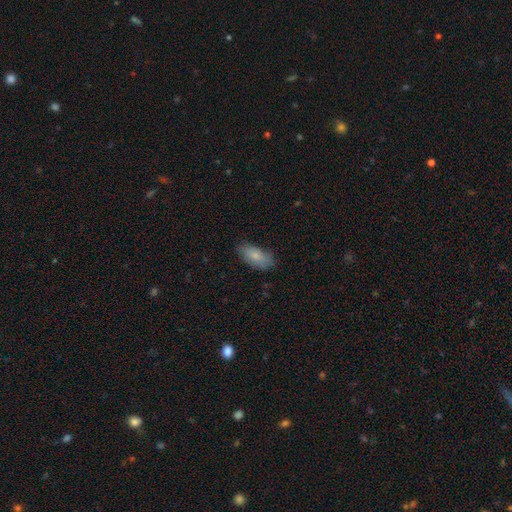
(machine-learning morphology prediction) smooth 81%, featured or disk 13%, star or artifact 6%. Down the decision tree: how rounded — in between (90%); merging — none (75%).